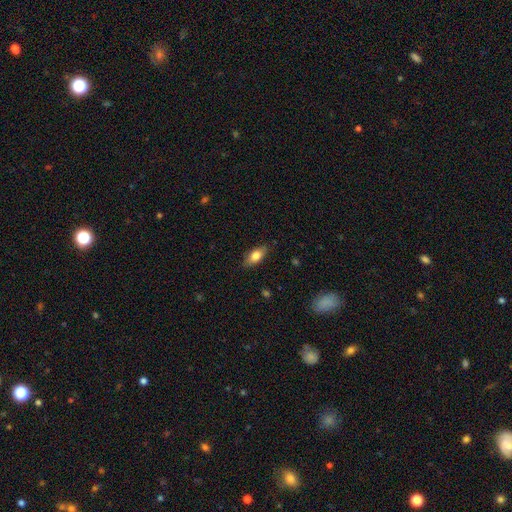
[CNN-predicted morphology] Smooth or featured: smooth — 78% (featured or disk — 15%)
How rounded: in between — 86% (cigar-shaped — 10%)
Merging: none — 84% (minor disturbance — 12%)